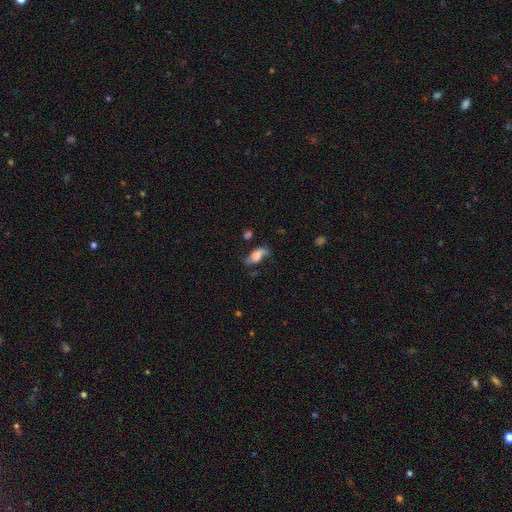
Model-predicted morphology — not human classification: A featured or disk galaxy (49%). Merging: none (63%).